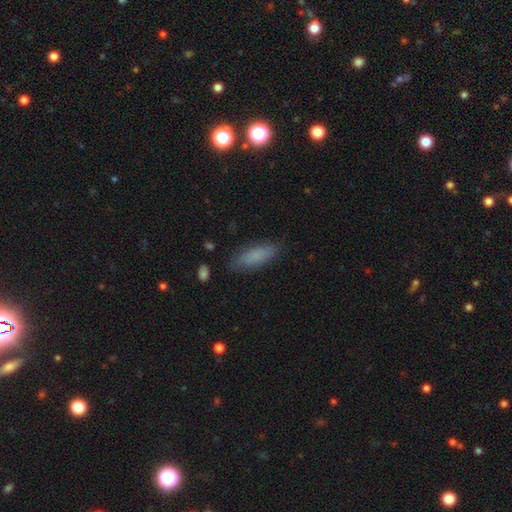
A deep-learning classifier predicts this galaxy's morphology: The model was most divided on "how rounded": in between: 61%, cigar-shaped: 37%, round: 2%. More confident: smooth or featured — smooth (83%); merging — none (82%).